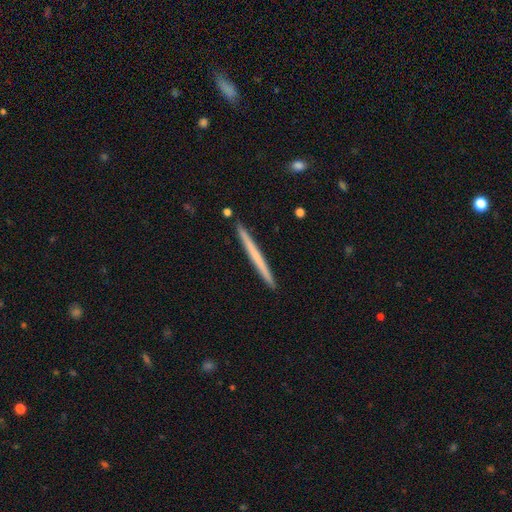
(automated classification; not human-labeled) smooth 53%, featured or disk 42%, star or artifact 5%. Down the decision tree: how rounded — cigar-shaped (98%); merging — none (93%).